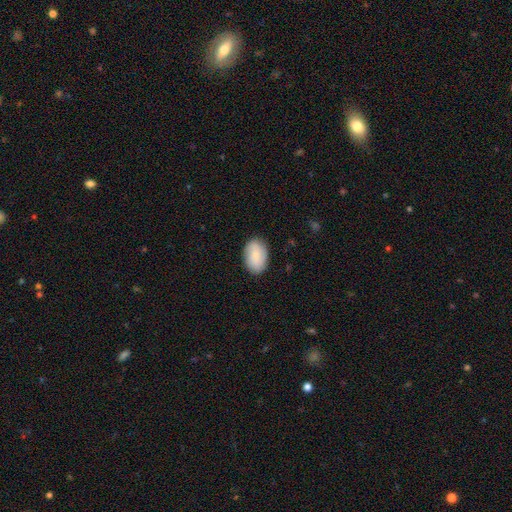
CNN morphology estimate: smooth 81%, featured or disk 13%, star or artifact 6%. Down the decision tree: how rounded — in between (90%); merging — none (86%).